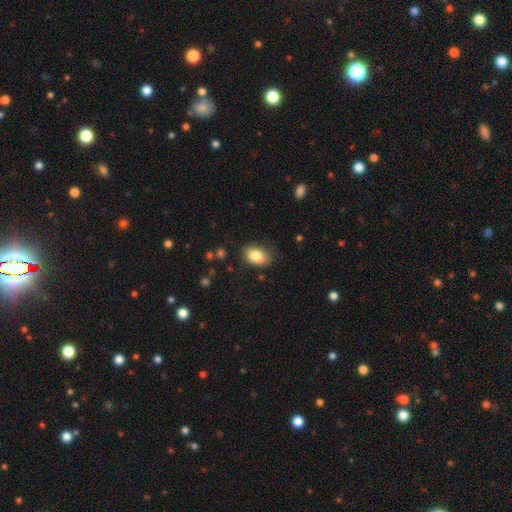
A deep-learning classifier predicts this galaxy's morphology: type=smooth (84%); roundness=in between (88%); merging=none (75%).